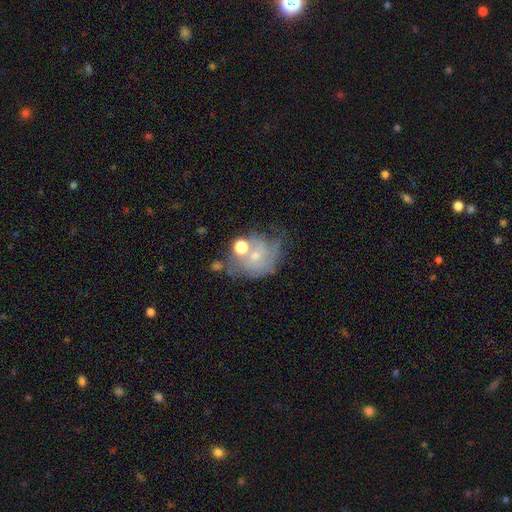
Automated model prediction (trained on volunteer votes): Morphology: type=featured or disk (50%); merging=none (35%).